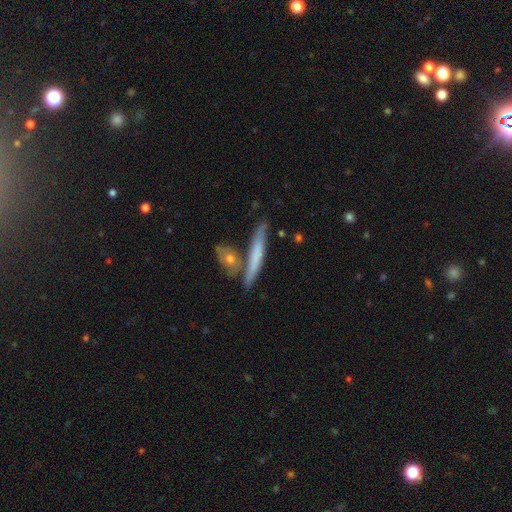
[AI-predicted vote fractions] This is possibly a smooth galaxy (56%). How rounded: clearly cigar-shaped (92%). Merging: likely none (72%).